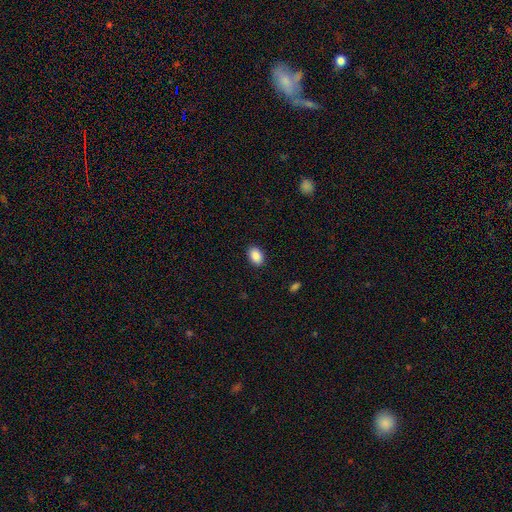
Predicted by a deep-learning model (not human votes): A smooth galaxy with no disk features (89%) that is in between round and cigar-shaped (81%). Merging: none (90%).